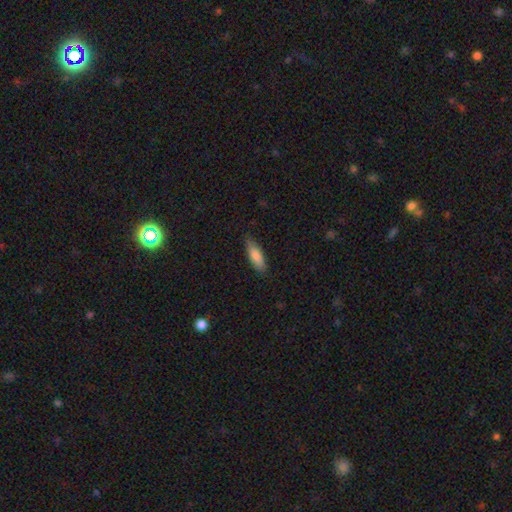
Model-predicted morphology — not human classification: This appears to be a smooth galaxy with no disk features (83%) that is in between round and cigar-shaped (55%). Merging: none (84%).